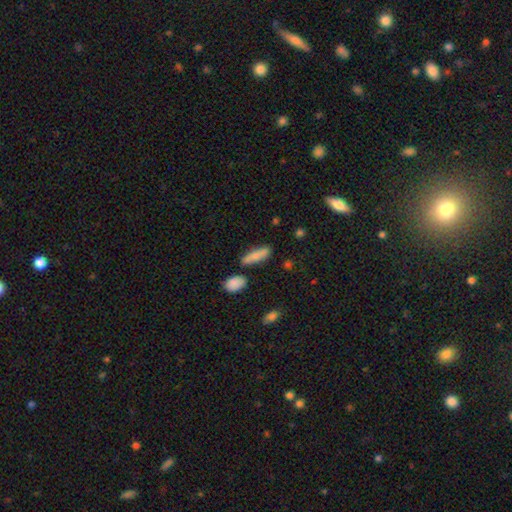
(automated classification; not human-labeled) Smooth or featured? smooth (75%)
How rounded? cigar-shaped (51%)
Merging? none (75%)